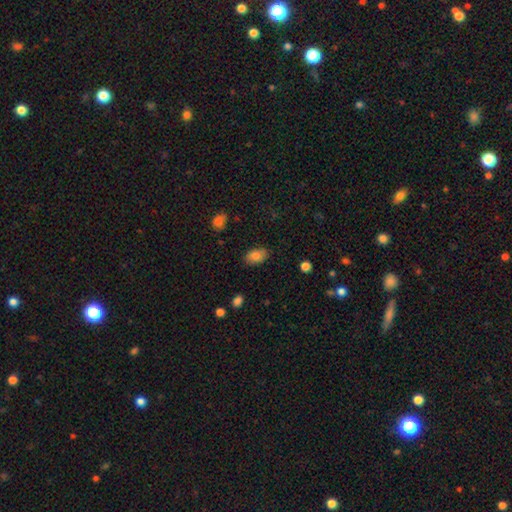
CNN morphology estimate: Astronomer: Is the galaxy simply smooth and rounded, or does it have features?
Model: smooth — 84%.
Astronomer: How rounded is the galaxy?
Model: in between — 90%.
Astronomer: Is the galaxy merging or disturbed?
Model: none — 84%.